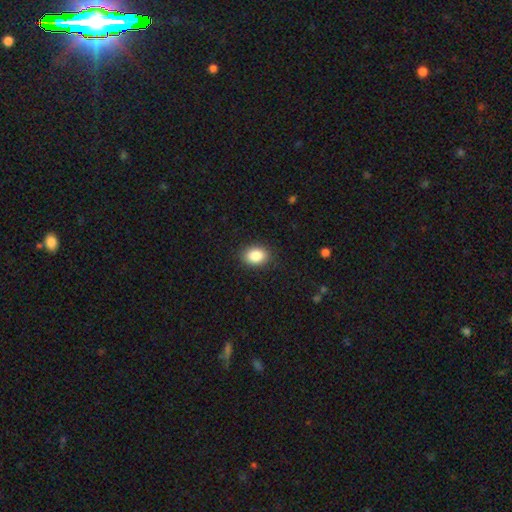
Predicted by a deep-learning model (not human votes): smooth-or-featured: smooth: 86% | star or artifact: 8% | featured or disk: 5%
  how-rounded: in between: 68% | round: 31% | cigar-shaped: 1%
  merging: none: 89% | minor disturbance: 8% | major disturbance: 2% | merger: 1%